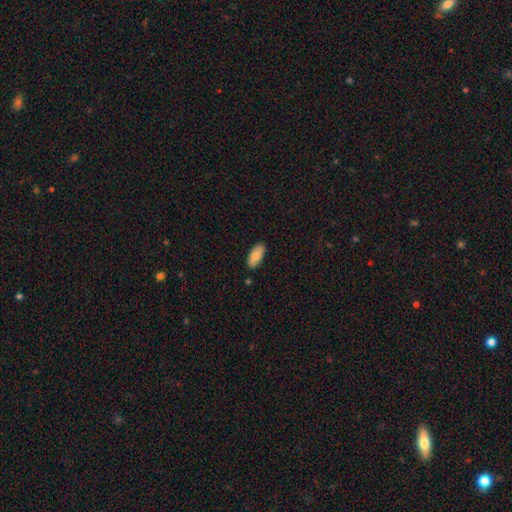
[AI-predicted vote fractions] smooth-or-featured: smooth: 82% | featured or disk: 12% | star or artifact: 6%
  how-rounded: in between: 90% | cigar-shaped: 8% | round: 2%
  merging: none: 87% | minor disturbance: 10% | major disturbance: 2% | merger: 1%